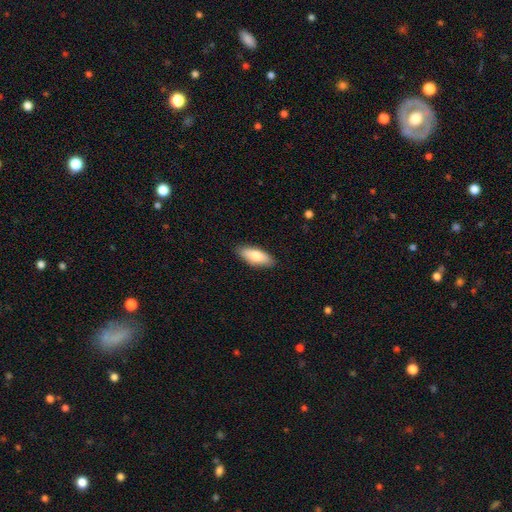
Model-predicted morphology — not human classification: Smooth or featured? Predicted: smooth (p=0.75). How rounded? Predicted: in between (p=0.78). Merging? Predicted: none (p=0.87).